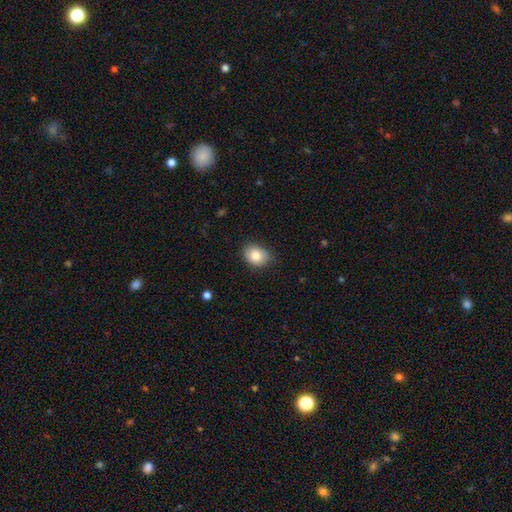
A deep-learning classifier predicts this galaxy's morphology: smooth-or-featured: smooth: 84% | star or artifact: 8% | featured or disk: 8%
  how-rounded: in between: 56% | round: 43% | cigar-shaped: 1%
  merging: none: 82% | minor disturbance: 15% | major disturbance: 3% | merger: 1%